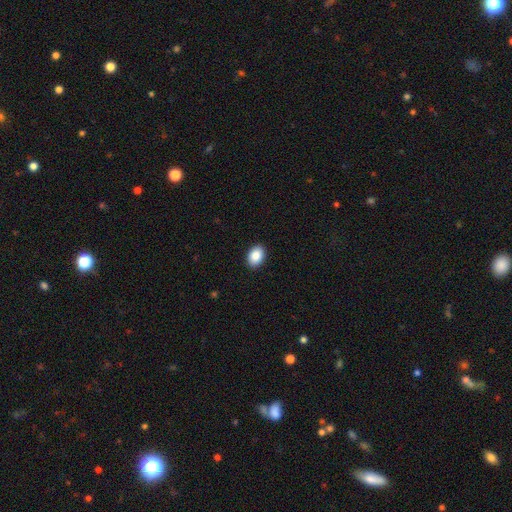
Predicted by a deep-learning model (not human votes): smooth_or_featured: smooth (p=0.88) [alt: star or artifact p=0.07]
how_rounded: in between (p=0.81) [alt: round p=0.18]
merging: none (p=0.91) [alt: minor disturbance p=0.06]